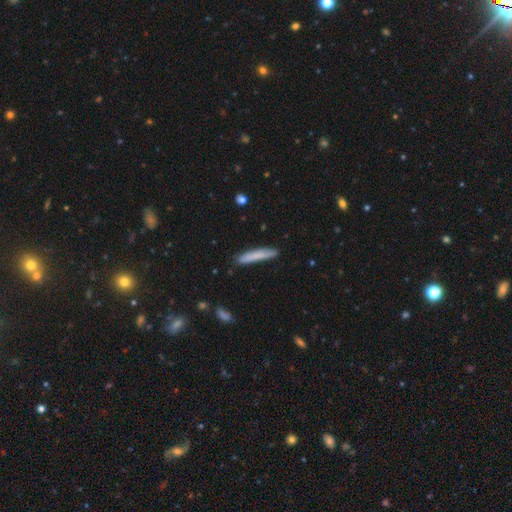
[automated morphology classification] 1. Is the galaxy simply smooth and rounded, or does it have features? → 76% smooth, 18% featured or disk, 6% star or artifact.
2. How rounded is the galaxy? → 95% cigar-shaped, 4% in between, 1% round.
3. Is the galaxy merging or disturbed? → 86% none, 10% minor disturbance, 2% major disturbance, 2% merger.